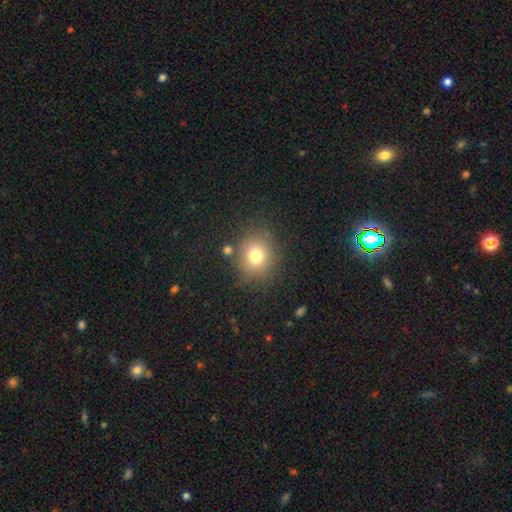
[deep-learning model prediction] This appears to be a smooth galaxy with no disk features (75%) that is round (80%). Merging: none (80%).